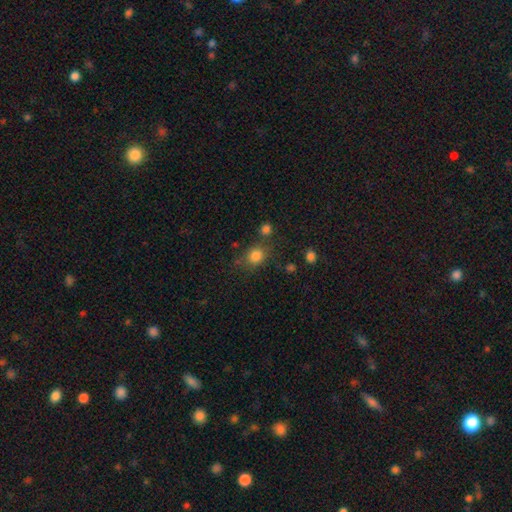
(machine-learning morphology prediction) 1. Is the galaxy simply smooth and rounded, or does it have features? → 82% smooth, 12% star or artifact, 6% featured or disk.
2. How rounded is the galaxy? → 72% round, 27% in between, 1% cigar-shaped.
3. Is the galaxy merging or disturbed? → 69% none, 15% minor disturbance, 10% merger, 6% major disturbance.